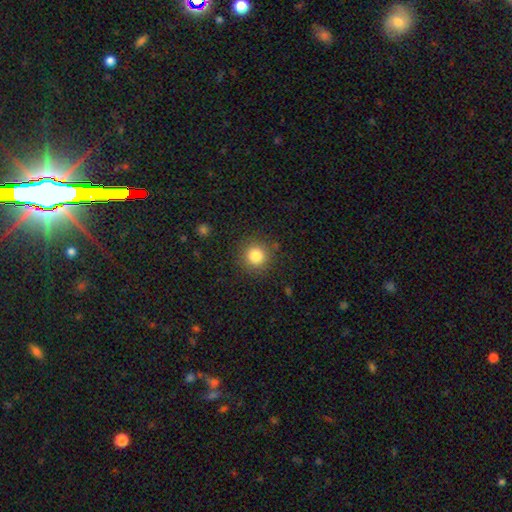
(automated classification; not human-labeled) The model was most divided on "smooth or featured": smooth: 83%, star or artifact: 11%, featured or disk: 6%. More confident: how rounded — round (94%); merging — none (88%).